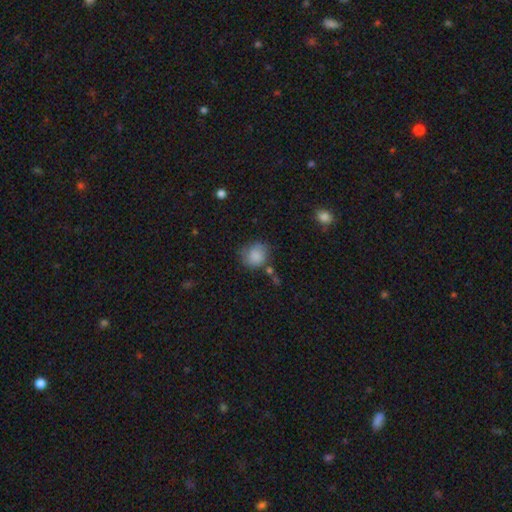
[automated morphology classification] Q: Smooth or featured?
A: smooth (83%); runner-up: star or artifact (9%)
Q: How rounded?
A: round (78%); runner-up: in between (21%)
Q: Merging?
A: none (62%); runner-up: minor disturbance (24%)